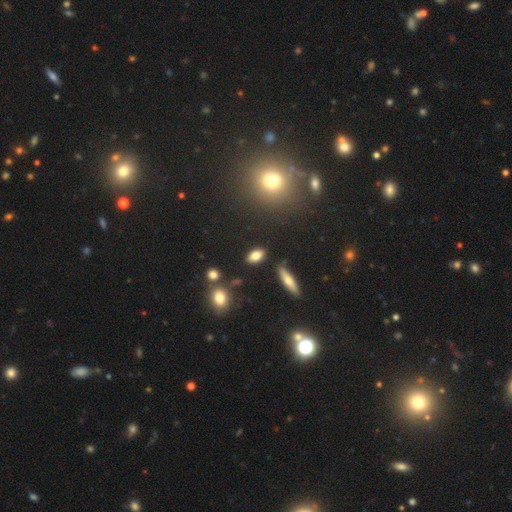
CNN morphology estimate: smooth-or-featured: smooth: 77% | featured or disk: 13% | star or artifact: 10%
  how-rounded: in between: 82% | cigar-shaped: 10% | round: 7%
  merging: none: 84% | minor disturbance: 10% | merger: 3% | major disturbance: 3%